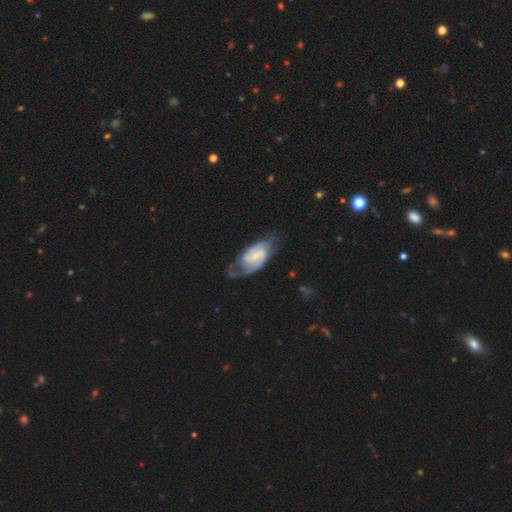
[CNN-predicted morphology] Smooth or featured?
  - featured or disk: 80% *
  - smooth: 15%
  - star or artifact: 5%
Edge-on disk?
  - no: 96% *
  - yes: 4%
Bar?
  - weak: 55% *
  - strong: 25%
  - no: 20%
Spiral arms?
  - yes: 93% *
  - no: 7%
Spiral winding?
  - medium: 49% *
  - tight: 29%
  - loose: 22%
Spiral arm count?
  - 2: 78% *
  - can't tell: 12%
  - 3: 4%
  - 1: 3%
  - 4: 1%
  - more than 4: 1%
Bulge size?
  - small: 59% *
  - moderate: 24%
  - none: 14%
  - large: 2%
  - dominant: 1%
Merging?
  - none: 54% *
  - minor disturbance: 26%
  - major disturbance: 18%
  - merger: 3%